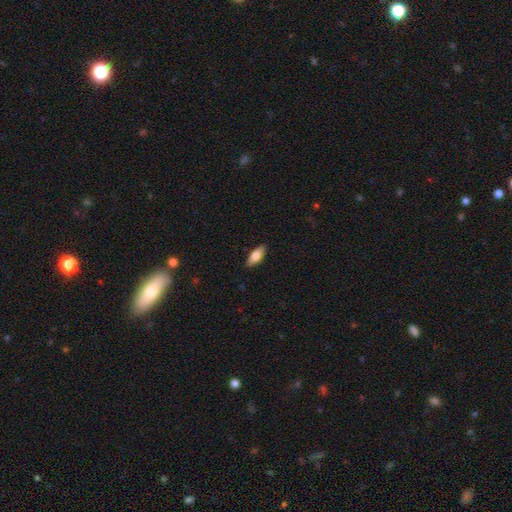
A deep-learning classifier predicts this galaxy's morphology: smooth 77%, featured or disk 17%, star or artifact 6%. Down the decision tree: how rounded — in between (79%); merging — none (88%).